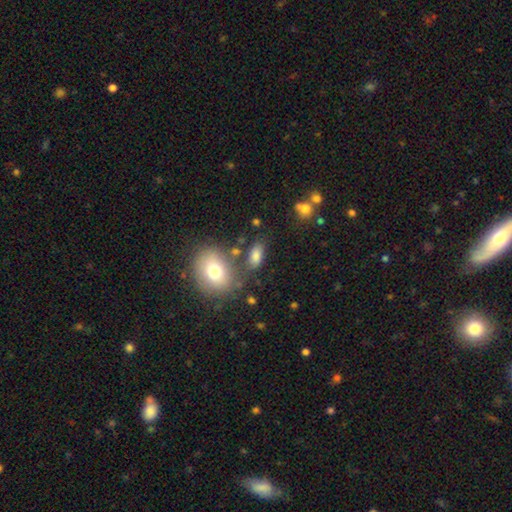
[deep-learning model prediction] smooth 79%, star or artifact 11%, featured or disk 10%. Down the decision tree: how rounded — in between (86%); merging — none (68%).